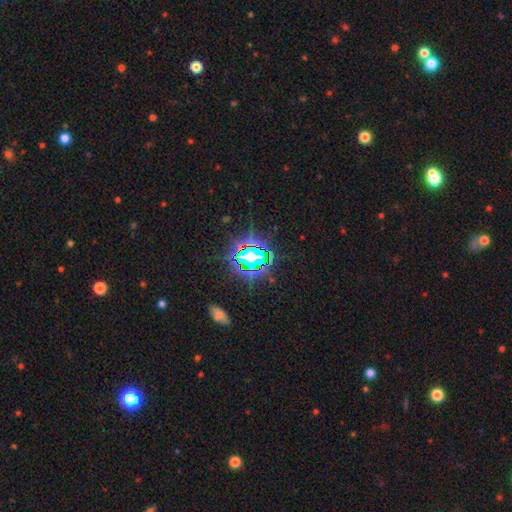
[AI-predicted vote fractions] A star or artifact, not a galaxy (72%).

Vote fractions:
- Smooth or featured? star or artifact: 72% / smooth: 16% / featured or disk: 11%